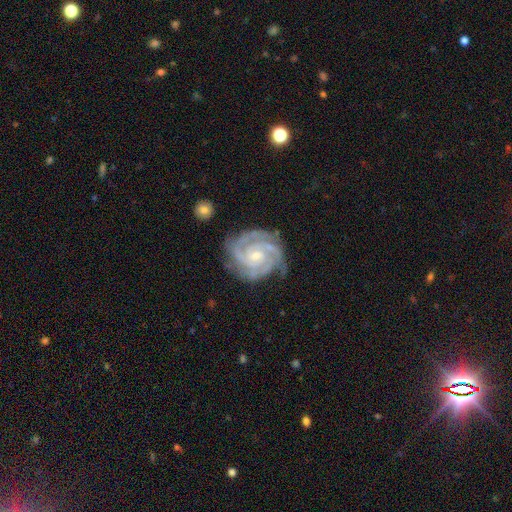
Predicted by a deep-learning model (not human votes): smooth_or_featured: featured or disk (p=0.92) [alt: star or artifact p=0.04]
disk_edge_on: no (p=0.98) [alt: yes p=0.02]
bar: no (p=0.60) [alt: weak p=0.31]
has_spiral_arms: yes (p=0.99) [alt: no p=0.01]
spiral_winding: tight (p=0.75) [alt: medium p=0.23]
spiral_arm_count: 3 (p=0.46) [alt: 2 p=0.20]
bulge_size: small (p=0.63) [alt: moderate p=0.33]
merging: none (p=0.74) [alt: minor disturbance p=0.19]